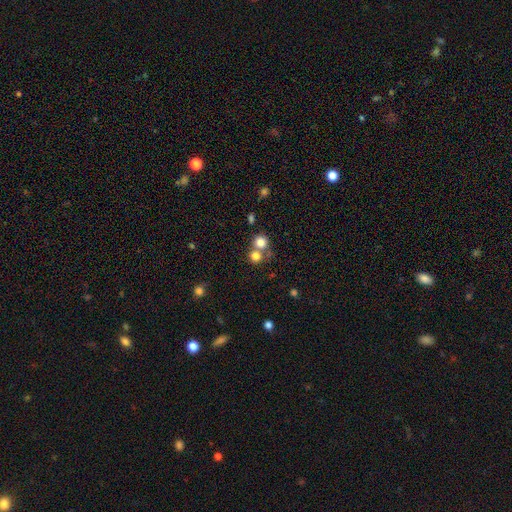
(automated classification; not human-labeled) A smooth galaxy with no disk features (78%) that is round (88%). Merging: none (50%).